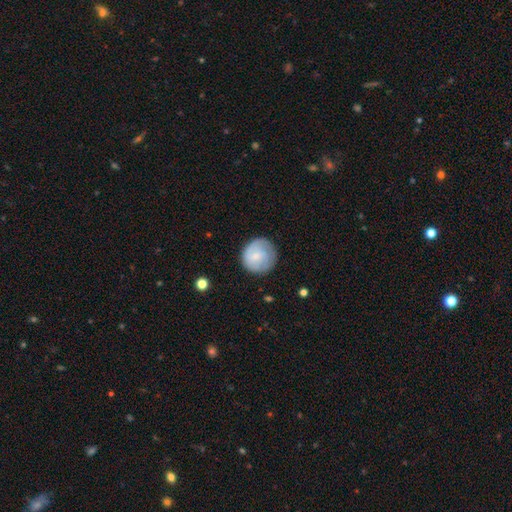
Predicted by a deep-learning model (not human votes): smooth-or-featured: smooth: 60% | featured or disk: 33% | star or artifact: 6%
  how-rounded: round: 92% | in between: 7% | cigar-shaped: 1%
  merging: none: 77% | minor disturbance: 16% | major disturbance: 5% | merger: 1%